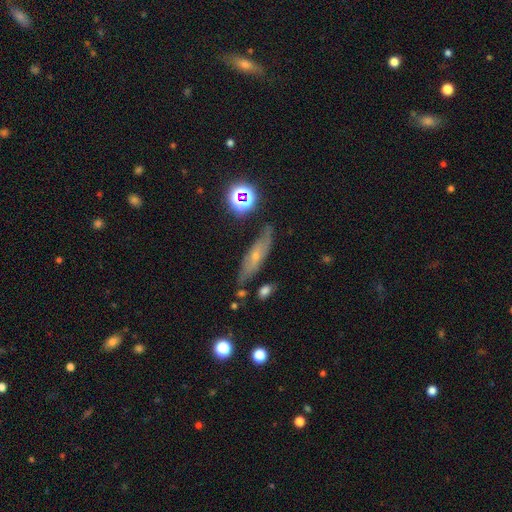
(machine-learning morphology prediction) Overall: featured or disk (46%; smooth 40%). Merging: none (73%).